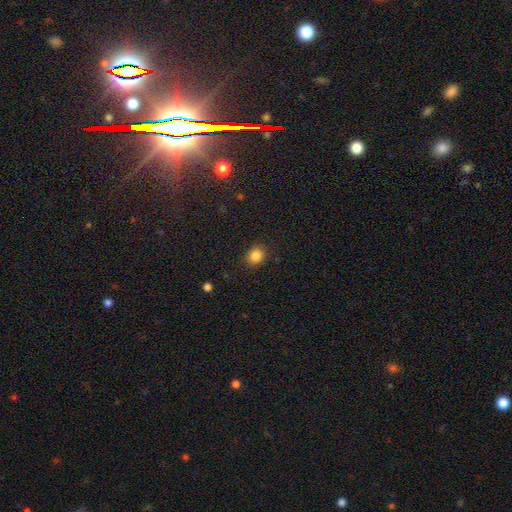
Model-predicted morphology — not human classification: Smooth or featured?
  - smooth: 85% *
  - star or artifact: 11%
  - featured or disk: 4%
How rounded?
  - round: 73% *
  - in between: 26%
  - cigar-shaped: 1%
Merging?
  - none: 88% *
  - minor disturbance: 8%
  - major disturbance: 2%
  - merger: 1%